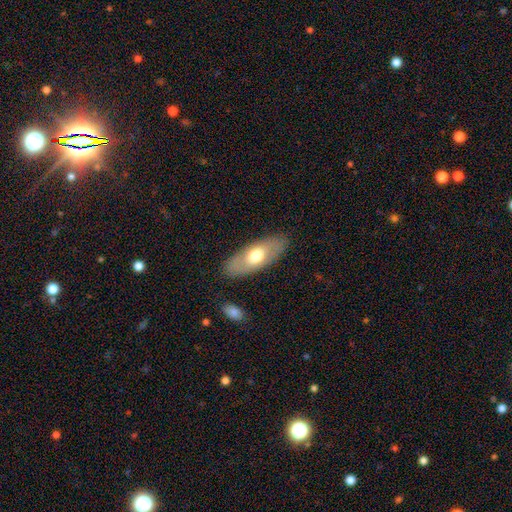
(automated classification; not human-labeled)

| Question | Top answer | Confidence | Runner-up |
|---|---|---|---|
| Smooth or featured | smooth | 60% | featured or disk (35%) |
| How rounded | in between | 80% | cigar-shaped (17%) |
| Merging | none | 85% | minor disturbance (11%) |